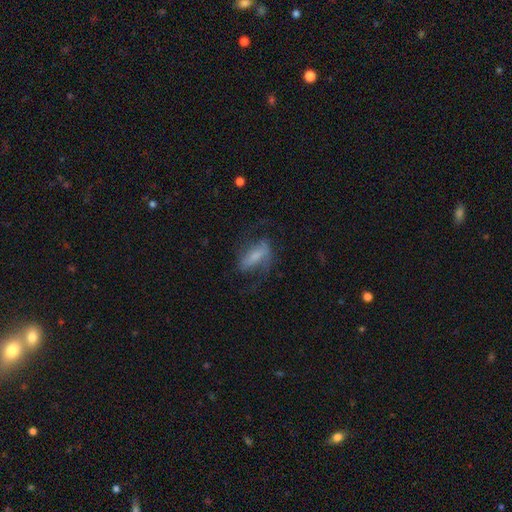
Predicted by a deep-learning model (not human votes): A featured or disk galaxy (60%) with a strong bar (43%), spiral arms (84%) and a small central bulge (37%). Merging: none (55%).